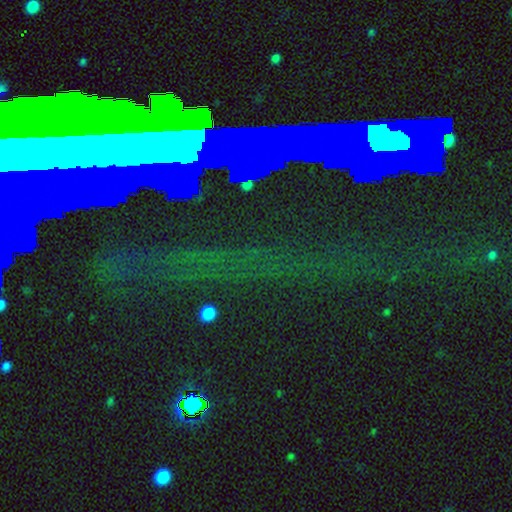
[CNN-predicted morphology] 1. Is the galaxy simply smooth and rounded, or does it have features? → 66% star or artifact, 22% featured or disk, 12% smooth.